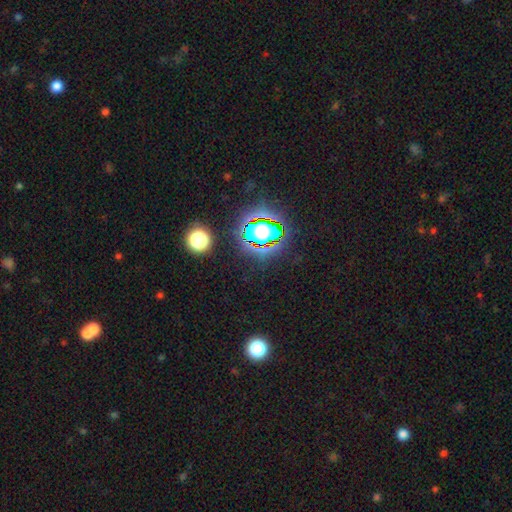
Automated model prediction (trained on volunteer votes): smooth-or-featured: star or artifact: 79% | smooth: 14% | featured or disk: 8%